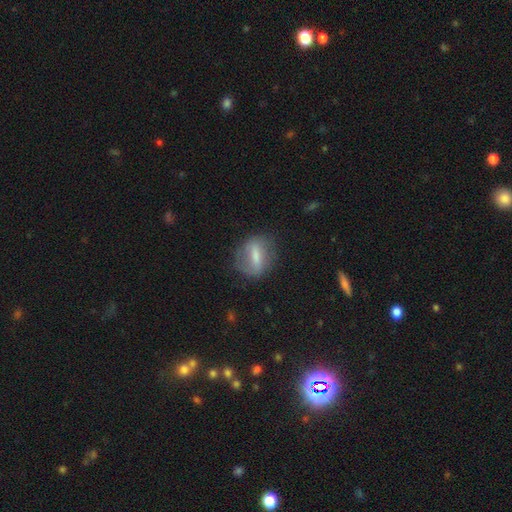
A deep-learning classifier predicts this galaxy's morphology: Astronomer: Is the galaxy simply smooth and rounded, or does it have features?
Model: smooth — 48% (runner-up: featured or disk, 43%).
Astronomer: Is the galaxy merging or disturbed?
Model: none — 69%.